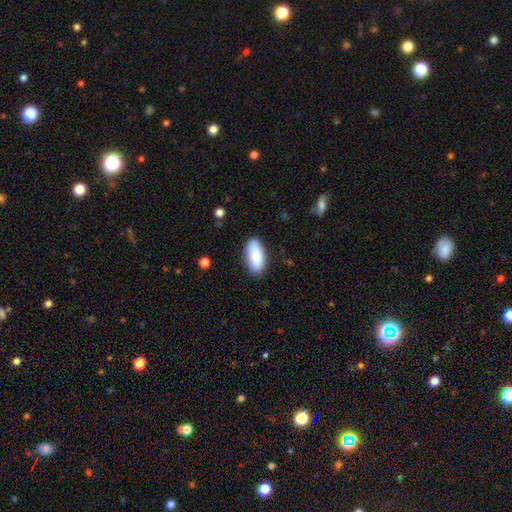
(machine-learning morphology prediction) This appears to be a smooth galaxy with no disk features (89%) that is in between round and cigar-shaped (91%). Merging: none (85%).